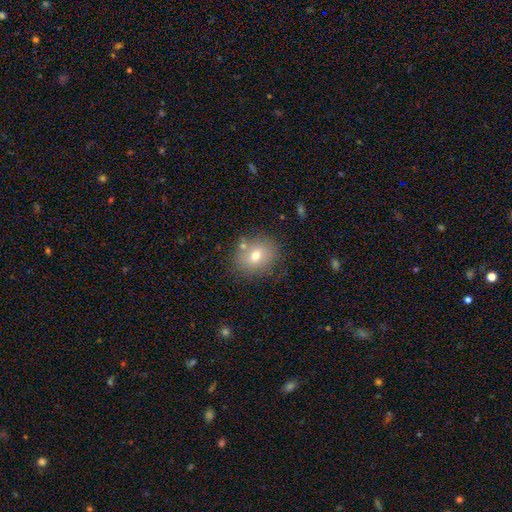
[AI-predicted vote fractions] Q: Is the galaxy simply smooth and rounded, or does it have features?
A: smooth — 68%.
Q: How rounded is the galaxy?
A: round — 66%.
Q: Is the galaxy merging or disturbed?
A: none — 77%.